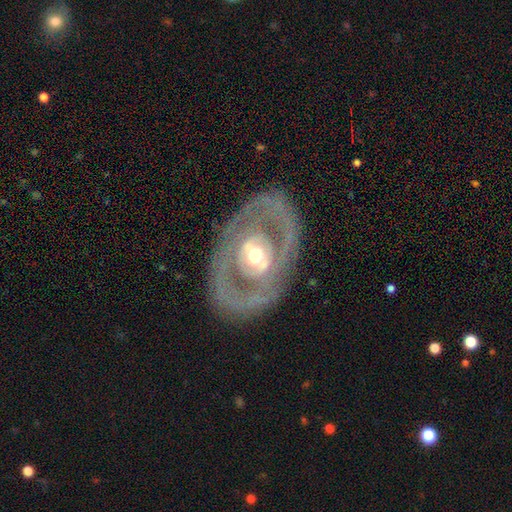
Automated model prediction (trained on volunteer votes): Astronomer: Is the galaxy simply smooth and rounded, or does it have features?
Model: featured or disk — 80%.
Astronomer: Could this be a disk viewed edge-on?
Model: no — 93%.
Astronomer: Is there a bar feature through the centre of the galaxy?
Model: no — 40% (runner-up: weak, 33%).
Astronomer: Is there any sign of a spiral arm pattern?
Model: no — 50%, tied with yes at 50%.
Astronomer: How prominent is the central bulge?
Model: moderate — 67%.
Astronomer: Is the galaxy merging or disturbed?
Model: none — 77%.